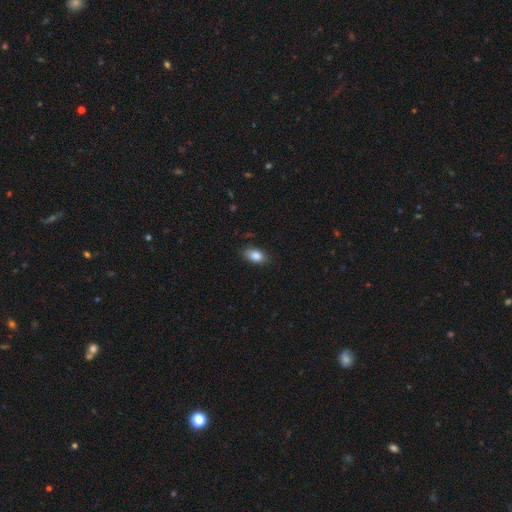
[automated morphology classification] A smooth galaxy with no disk features (85%) that is in between round and cigar-shaped (88%).

Vote fractions:
- Smooth or featured? smooth: 85% / star or artifact: 8% / featured or disk: 7%
- How rounded? in between: 88% / round: 9% / cigar-shaped: 3%
- Merging? none: 83% / minor disturbance: 14% / major disturbance: 3% / merger: 1%